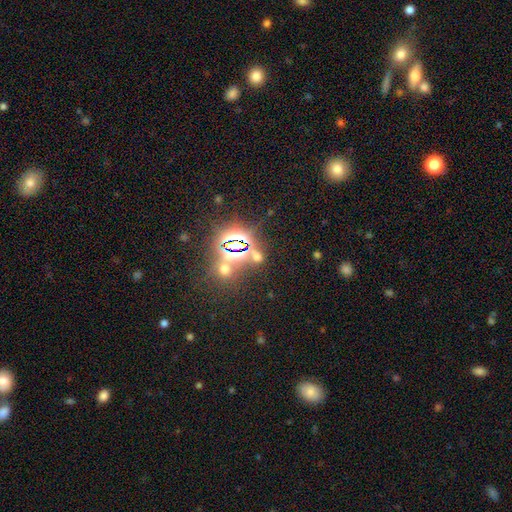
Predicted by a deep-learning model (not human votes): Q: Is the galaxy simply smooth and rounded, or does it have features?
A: star or artifact — 63%.